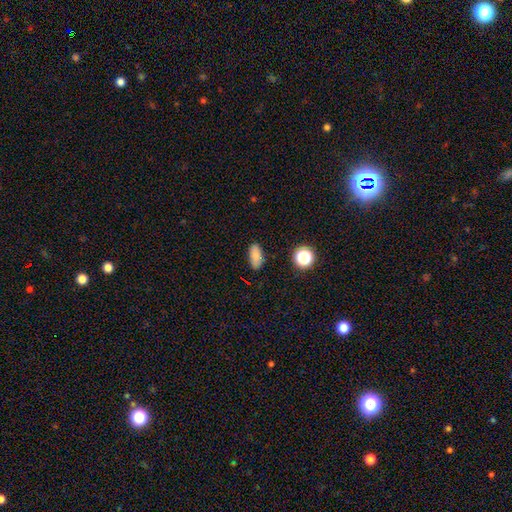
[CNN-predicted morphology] The model was most divided on "smooth or featured": smooth: 83%, star or artifact: 11%, featured or disk: 6%. More confident: merging — none (85%); how rounded — in between (85%).